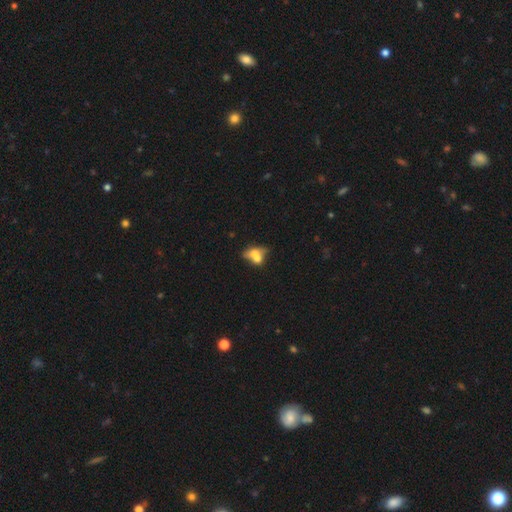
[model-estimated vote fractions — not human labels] smooth-or-featured: smooth: 60% | featured or disk: 30% | star or artifact: 11%
  how-rounded: in between: 65% | round: 29% | cigar-shaped: 7%
  merging: merger: 57% | none: 24% | minor disturbance: 10% | major disturbance: 8%